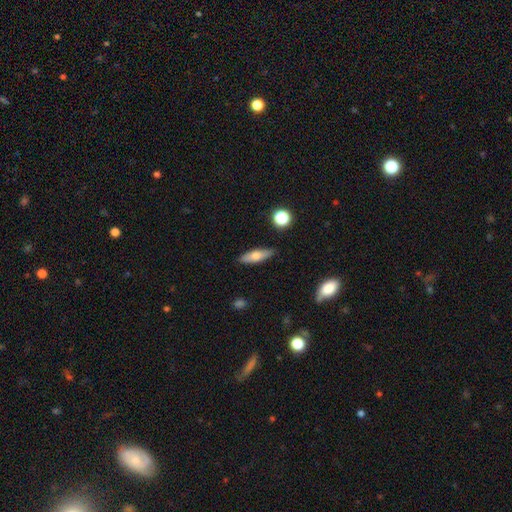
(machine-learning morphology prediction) A smooth galaxy with no disk features (66%) that is cigar-shaped (50%). Merging: none (86%).